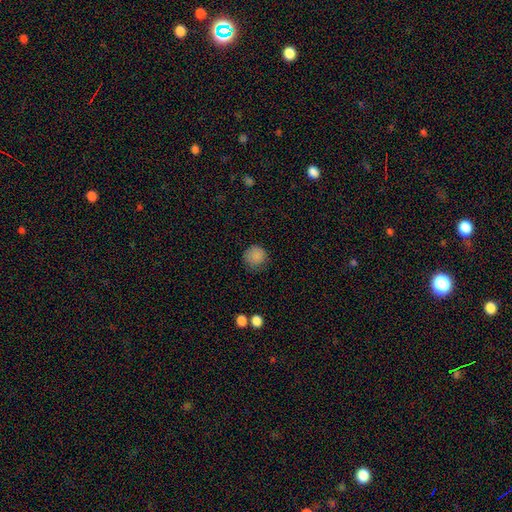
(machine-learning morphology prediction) A smooth galaxy with no disk features (86%) that is round (93%).

Vote fractions:
- Smooth or featured? smooth: 86% / star or artifact: 10% / featured or disk: 4%
- How rounded? round: 93% / in between: 6% / cigar-shaped: 1%
- Merging? none: 79% / minor disturbance: 15% / major disturbance: 4% / merger: 1%